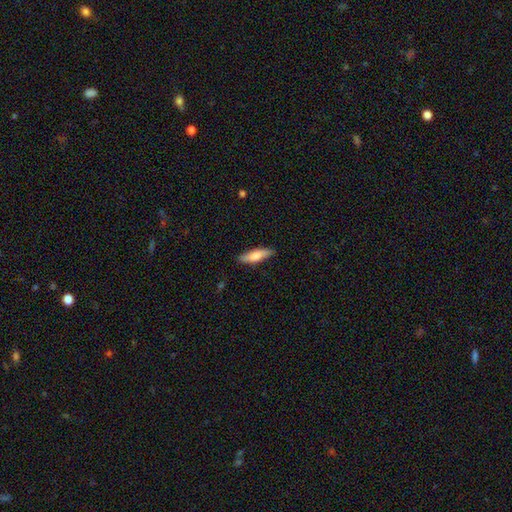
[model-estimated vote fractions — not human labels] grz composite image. It shows a smooth galaxy with no disk features (74%) that is cigar-shaped (60%). Merging: none (85%).